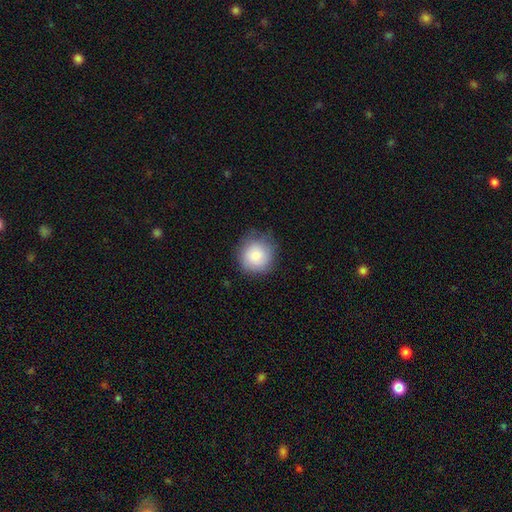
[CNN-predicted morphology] Smooth or featured? Predicted: smooth (p=0.85). How rounded? Predicted: round (p=0.92). Merging? Predicted: none (p=0.77).